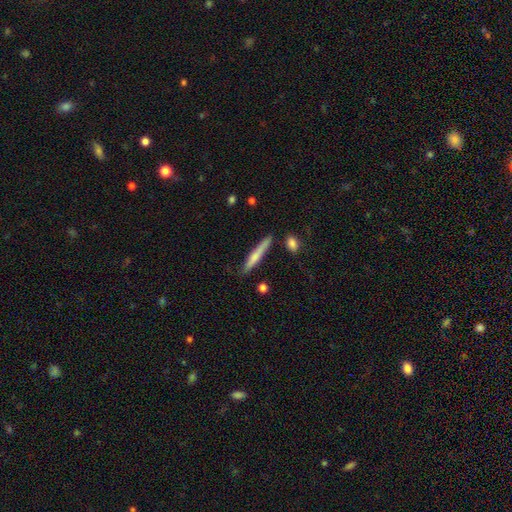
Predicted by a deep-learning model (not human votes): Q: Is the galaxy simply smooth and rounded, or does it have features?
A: smooth — 60%.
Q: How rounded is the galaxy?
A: cigar-shaped — 94%.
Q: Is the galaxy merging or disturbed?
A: none — 81%.